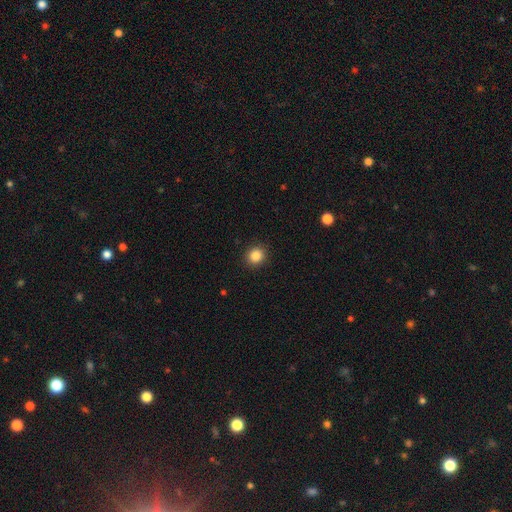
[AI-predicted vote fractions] This appears to be a smooth galaxy with no disk features (85%) that is round (86%). Merging: none (92%).